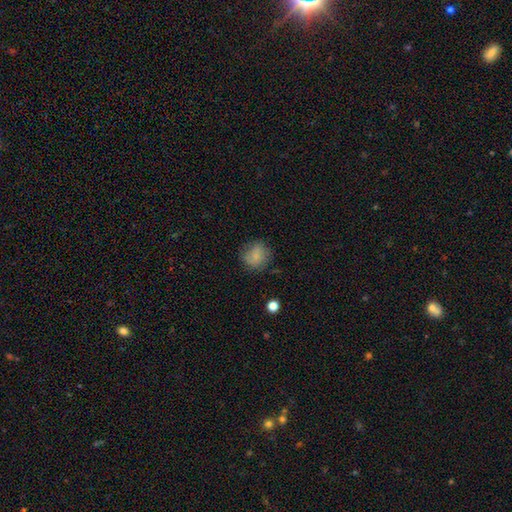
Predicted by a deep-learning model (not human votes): Morphology: type=smooth (78%); roundness=round (81%); merging=none (72%).